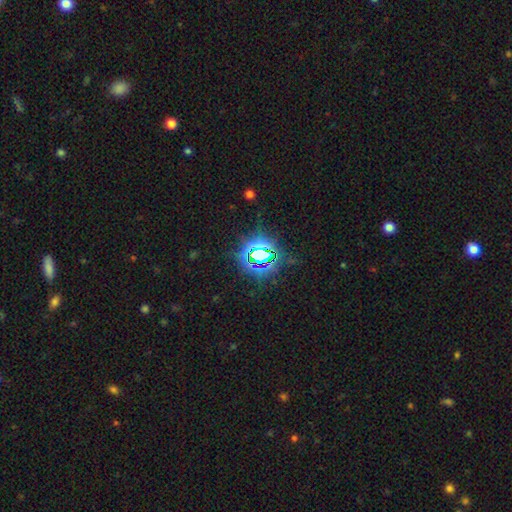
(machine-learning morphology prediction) A star or artifact, not a galaxy (80%).

Vote fractions:
- Smooth or featured? star or artifact: 80% / smooth: 12% / featured or disk: 8%